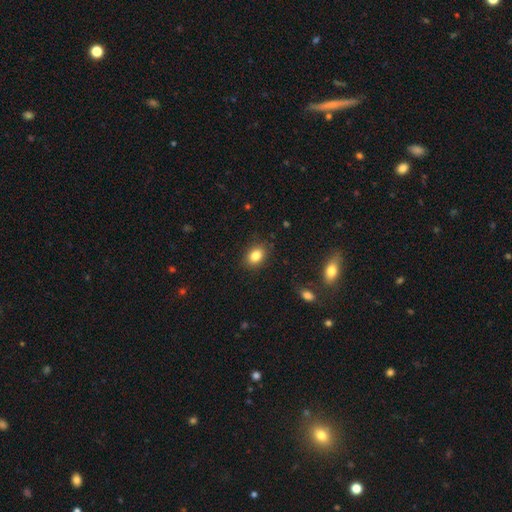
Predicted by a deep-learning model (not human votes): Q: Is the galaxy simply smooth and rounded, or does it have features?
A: smooth — 84%.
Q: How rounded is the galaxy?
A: in between — 69%.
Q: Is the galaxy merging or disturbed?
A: none — 87%.